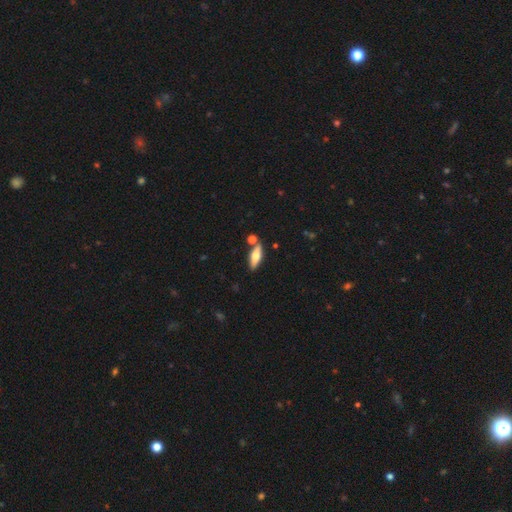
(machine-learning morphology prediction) smooth 50%, featured or disk 44%, star or artifact 6%. Down the decision tree: merging — none (79%).